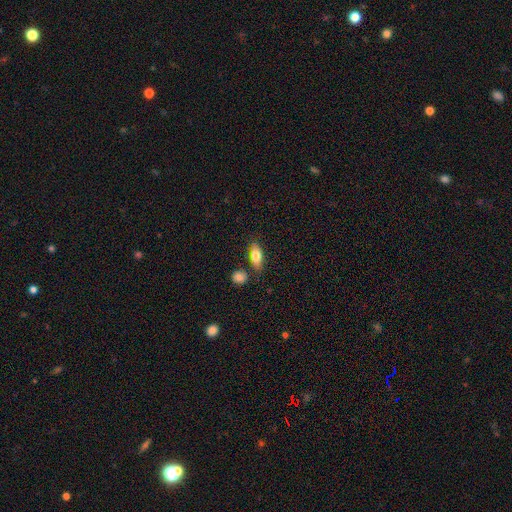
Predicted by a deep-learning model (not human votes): smooth_or_featured: smooth (p=0.75) [alt: featured or disk p=0.18]
how_rounded: in between (p=0.79) [alt: cigar-shaped p=0.17]
merging: none (p=0.73) [alt: minor disturbance p=0.15]